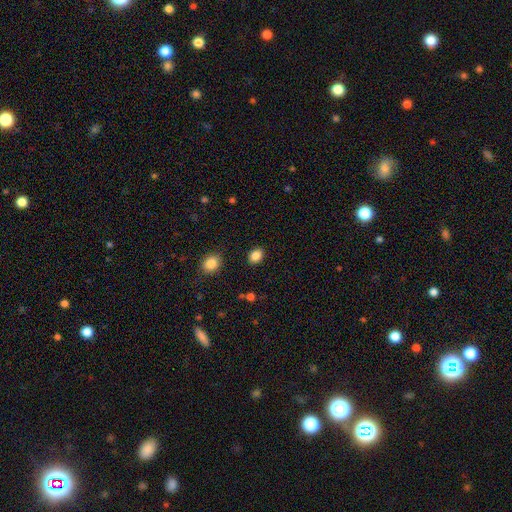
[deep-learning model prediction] Q: Smooth or featured?
A: smooth (86%); runner-up: star or artifact (10%)
Q: How rounded?
A: in between (62%); runner-up: round (37%)
Q: Merging?
A: none (88%); runner-up: minor disturbance (8%)